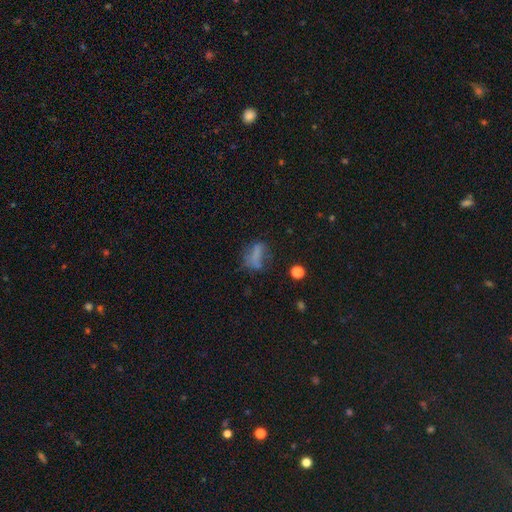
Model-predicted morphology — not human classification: The model was most divided on "merging": none: 44%, major disturbance: 25%, minor disturbance: 24%, merger: 7%. More confident: how rounded — in between (63%); smooth or featured — smooth (57%).